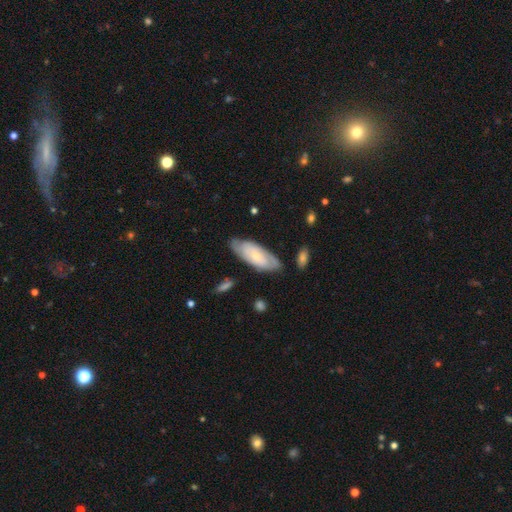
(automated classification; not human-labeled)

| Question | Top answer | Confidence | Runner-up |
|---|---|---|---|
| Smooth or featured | featured or disk | 55% | smooth (39%) |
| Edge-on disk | no | 86% | yes (14%) |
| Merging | none | 74% | minor disturbance (20%) |